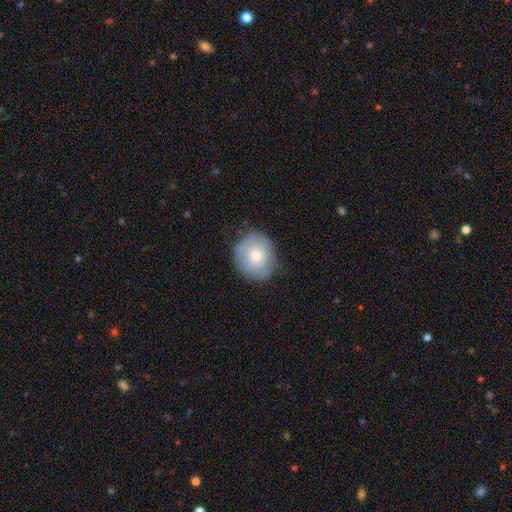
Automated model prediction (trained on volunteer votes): Smooth or featured? Predicted: smooth (p=0.66). How rounded? Predicted: round (p=0.72). Merging? Predicted: none (p=0.74).